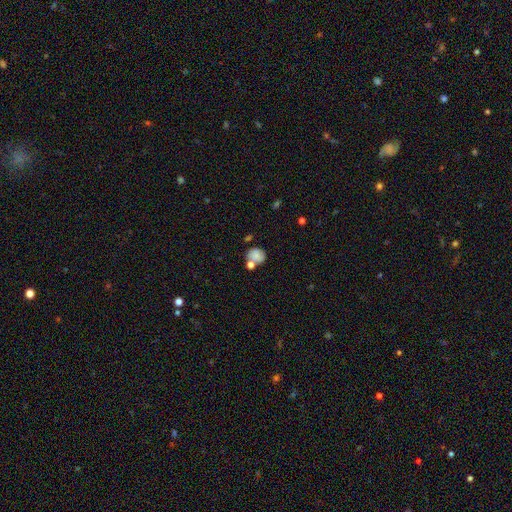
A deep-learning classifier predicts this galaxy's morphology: This is likely a smooth galaxy (75%). How rounded: likely round (63%). Merging: possibly none (47%).